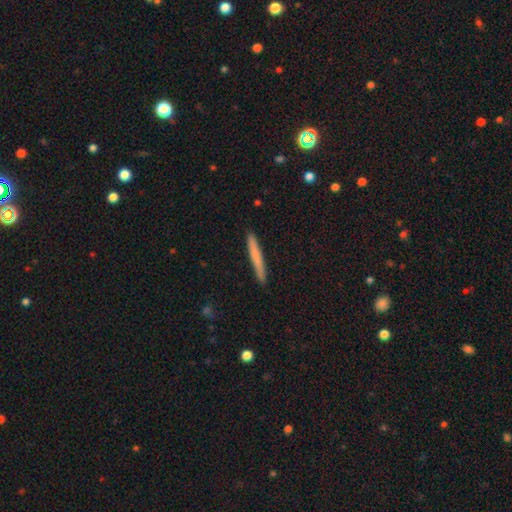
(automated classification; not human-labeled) Smooth or featured?
  - smooth: 69% *
  - featured or disk: 25%
  - star or artifact: 6%
How rounded?
  - cigar-shaped: 97% *
  - in between: 2%
  - round: 1%
Merging?
  - none: 91% *
  - minor disturbance: 7%
  - major disturbance: 1%
  - merger: 1%